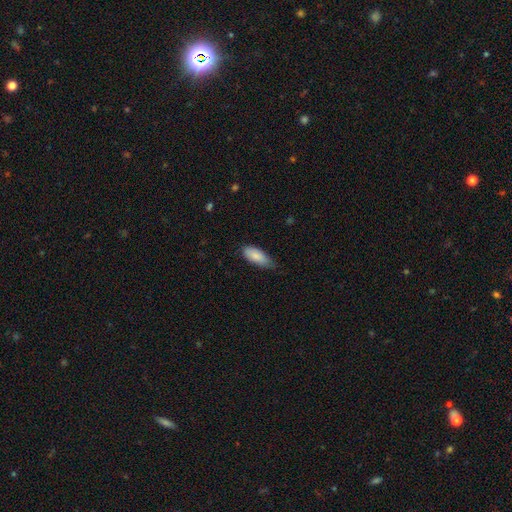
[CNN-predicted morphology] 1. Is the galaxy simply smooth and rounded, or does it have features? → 87% smooth, 8% featured or disk, 6% star or artifact.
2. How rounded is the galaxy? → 84% in between, 15% cigar-shaped, 2% round.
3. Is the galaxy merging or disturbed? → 59% none, 35% minor disturbance, 5% major disturbance, 1% merger.